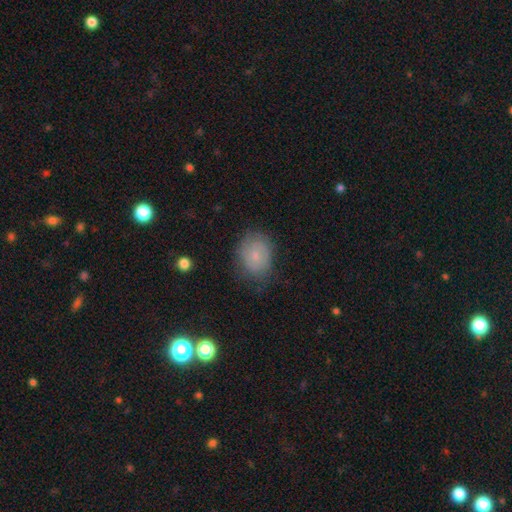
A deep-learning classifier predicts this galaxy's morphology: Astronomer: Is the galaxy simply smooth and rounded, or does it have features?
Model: smooth — 71%.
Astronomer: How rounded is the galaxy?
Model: in between — 50% (runner-up: round, 49%).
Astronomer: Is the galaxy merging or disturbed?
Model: none — 68%.